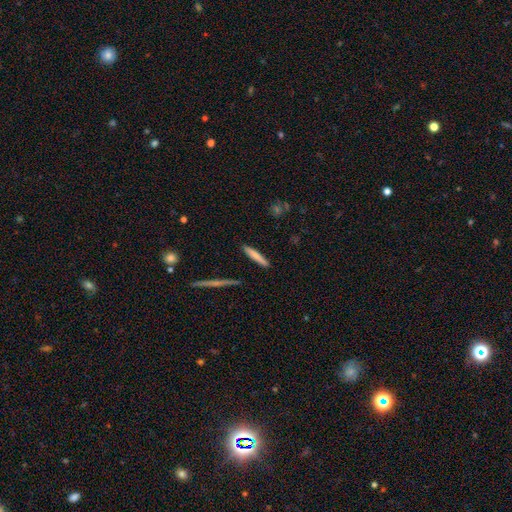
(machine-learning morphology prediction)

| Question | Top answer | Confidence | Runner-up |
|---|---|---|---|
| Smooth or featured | smooth | 75% | featured or disk (18%) |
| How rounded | cigar-shaped | 90% | in between (8%) |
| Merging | none | 88% | minor disturbance (8%) |